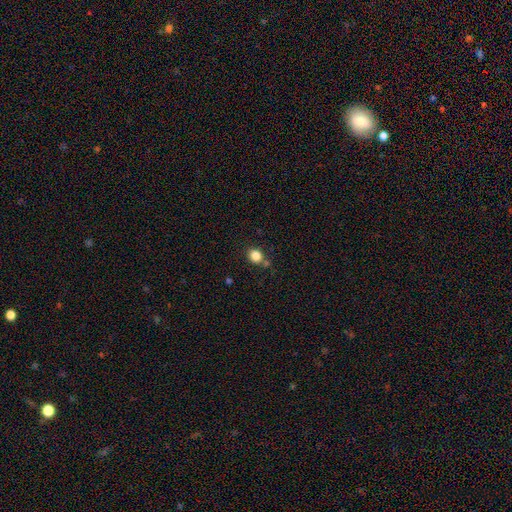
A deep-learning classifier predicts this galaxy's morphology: A smooth galaxy with no disk features (83%) that is round (72%).

Vote fractions:
- Smooth or featured? smooth: 83% / star or artifact: 12% / featured or disk: 5%
- How rounded? round: 72% / in between: 27% / cigar-shaped: 1%
- Merging? none: 75% / minor disturbance: 12% / merger: 10% / major disturbance: 3%